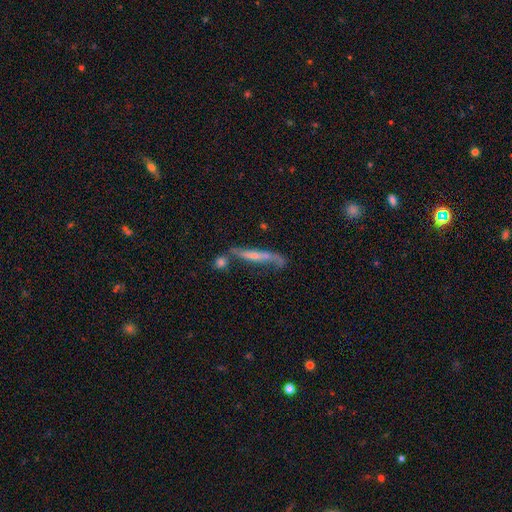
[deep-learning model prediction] Smooth or featured? Predicted: featured or disk (p=0.62). Edge-on disk? Predicted: yes (p=0.75). Merging? Predicted: none (p=0.47).